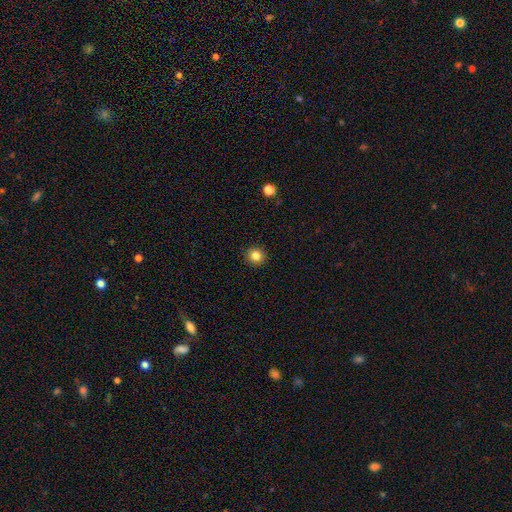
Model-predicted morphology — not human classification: Smooth or featured? Predicted: smooth (p=0.83). How rounded? Predicted: round (p=0.90). Merging? Predicted: none (p=0.92).